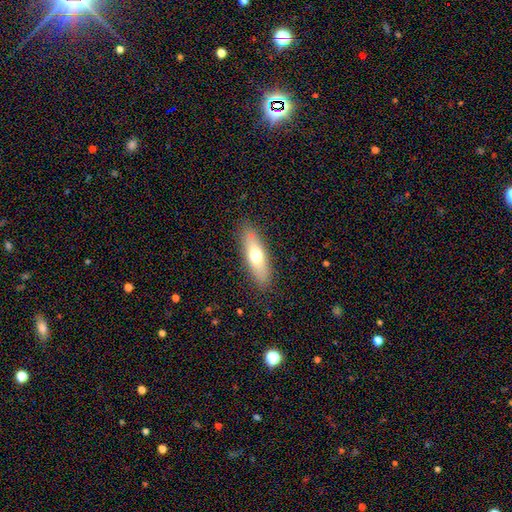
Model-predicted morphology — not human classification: Smooth or featured: smooth — 63% (featured or disk — 31%)
How rounded: cigar-shaped — 54% (in between — 43%)
Merging: none — 86% (minor disturbance — 10%)